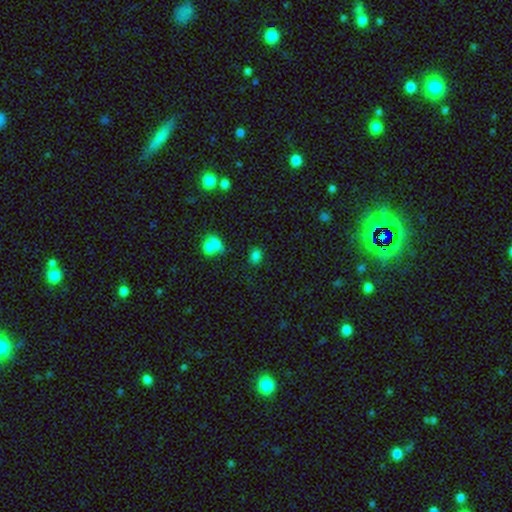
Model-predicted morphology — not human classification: Smooth or featured? Predicted: smooth (p=0.78). How rounded? Predicted: in between (p=0.57). Merging? Predicted: none (p=0.75).